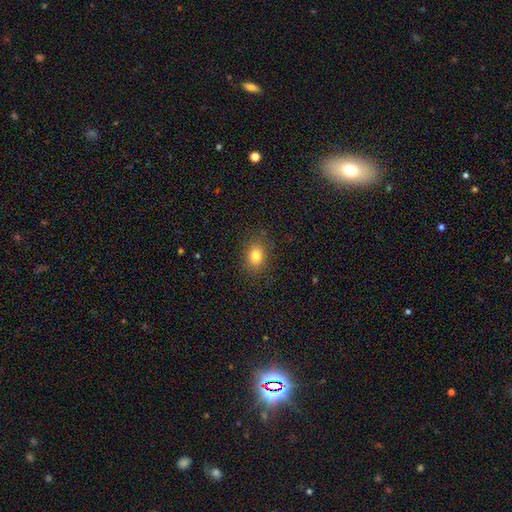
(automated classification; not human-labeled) This is likely a smooth galaxy (80%). How rounded: possibly in between (54%). Merging: clearly none (84%).